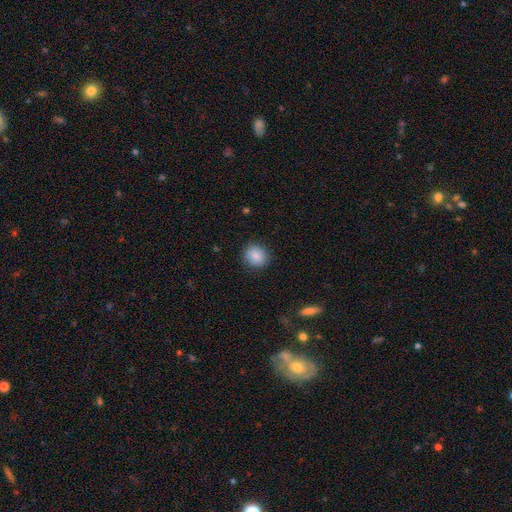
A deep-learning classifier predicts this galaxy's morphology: Smooth or featured: smooth — 86% (star or artifact — 8%)
How rounded: round — 79% (in between — 20%)
Merging: none — 88% (minor disturbance — 9%)